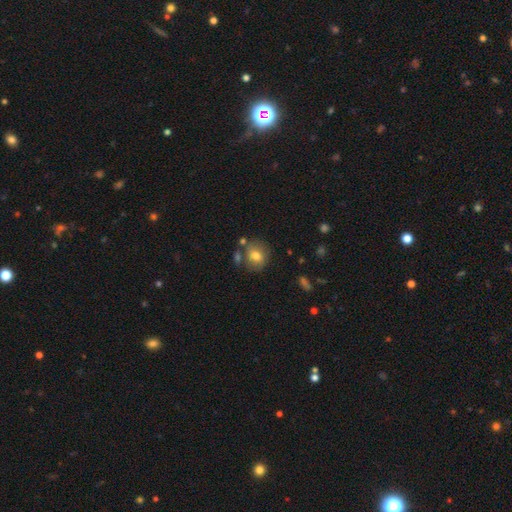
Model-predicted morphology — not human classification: Smooth or featured? Predicted: smooth (p=0.75). How rounded? Predicted: round (p=0.71). Merging? Predicted: none (p=0.71).